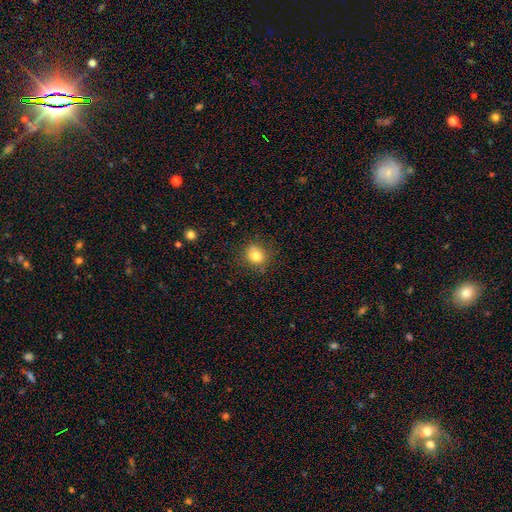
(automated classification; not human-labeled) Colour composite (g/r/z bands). It shows a smooth galaxy with no disk features (80%) that is round (76%). Merging: none (81%).